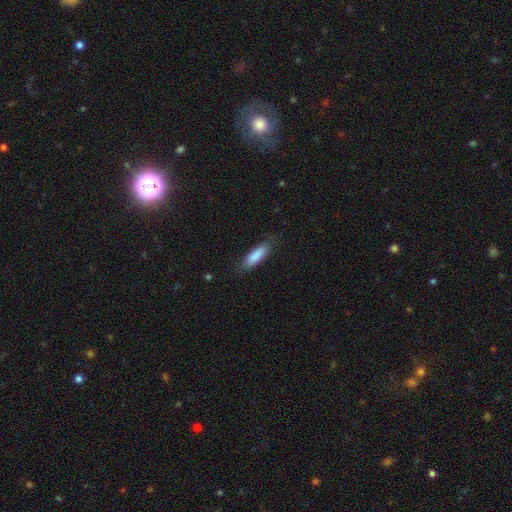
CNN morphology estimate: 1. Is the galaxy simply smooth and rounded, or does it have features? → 85% smooth, 9% featured or disk, 6% star or artifact.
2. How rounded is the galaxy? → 58% cigar-shaped, 41% in between, 2% round.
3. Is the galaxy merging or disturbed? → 78% none, 17% minor disturbance, 4% major disturbance, 1% merger.